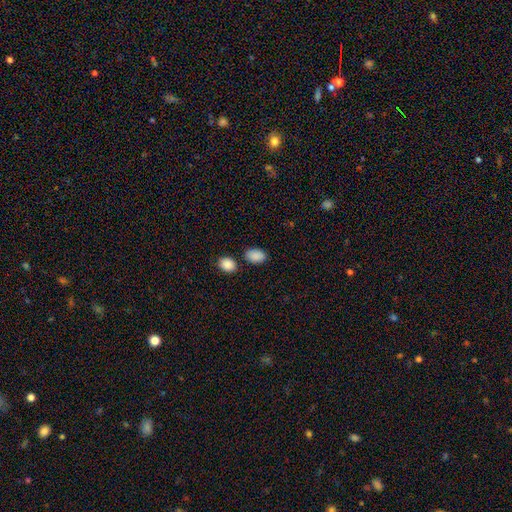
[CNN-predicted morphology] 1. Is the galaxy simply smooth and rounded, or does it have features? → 89% smooth, 8% star or artifact, 3% featured or disk.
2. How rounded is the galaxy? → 86% in between, 13% round, 1% cigar-shaped.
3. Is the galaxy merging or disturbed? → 78% none, 12% minor disturbance, 8% merger, 3% major disturbance.